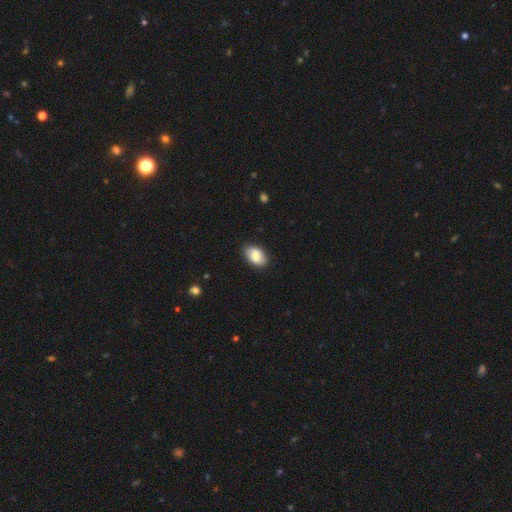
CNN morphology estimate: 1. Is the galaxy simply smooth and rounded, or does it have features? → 83% smooth, 10% featured or disk, 7% star or artifact.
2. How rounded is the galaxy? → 91% in between, 8% round, 1% cigar-shaped.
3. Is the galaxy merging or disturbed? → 86% none, 11% minor disturbance, 2% major disturbance, 1% merger.